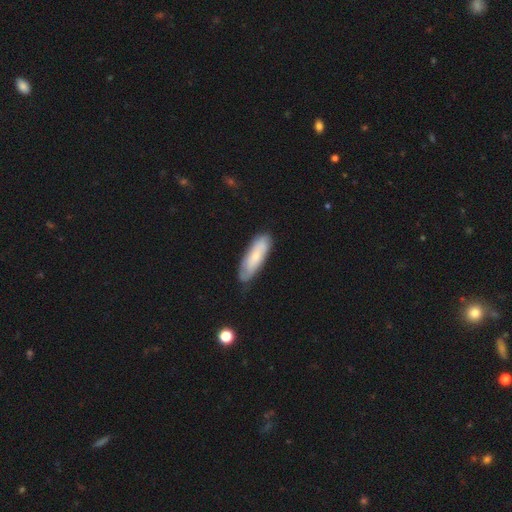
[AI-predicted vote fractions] Smooth or featured? Predicted: smooth (p=0.58). How rounded? Predicted: in between (p=0.52). Merging? Predicted: none (p=0.74).